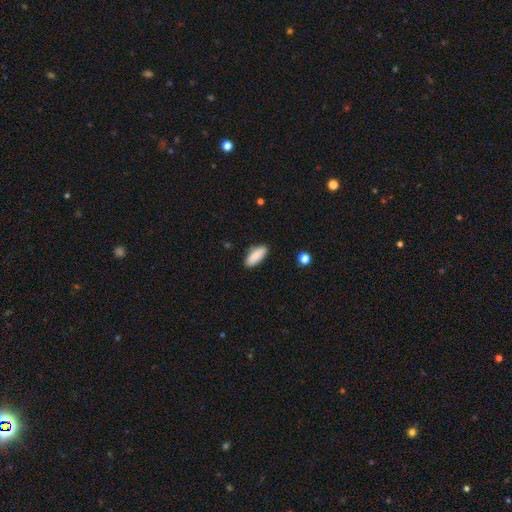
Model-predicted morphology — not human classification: type=smooth (89%); roundness=in between (74%); merging=none (88%).